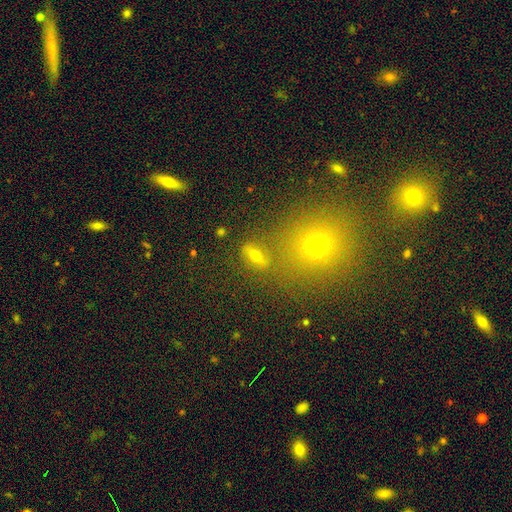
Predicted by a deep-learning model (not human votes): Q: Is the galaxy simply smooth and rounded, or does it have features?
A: smooth — 47%.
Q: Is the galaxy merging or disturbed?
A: none — 72%.